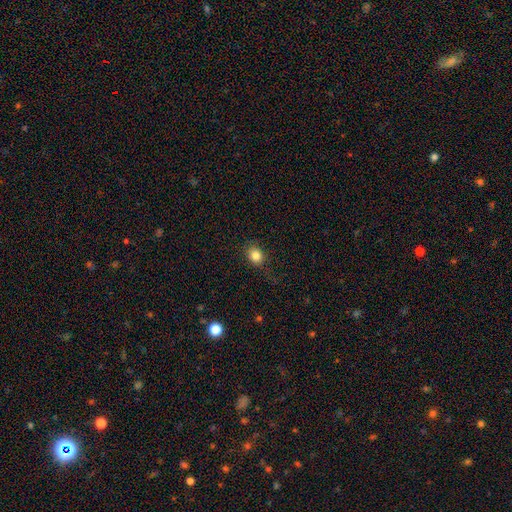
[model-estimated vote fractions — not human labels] A smooth galaxy with no disk features (83%) that is round (65%).

Vote fractions:
- Smooth or featured? smooth: 83% / star or artifact: 11% / featured or disk: 6%
- How rounded? round: 65% / in between: 34% / cigar-shaped: 1%
- Merging? none: 82% / minor disturbance: 13% / major disturbance: 4% / merger: 1%